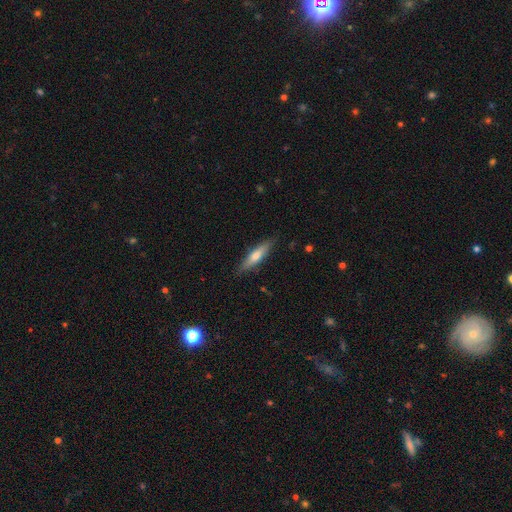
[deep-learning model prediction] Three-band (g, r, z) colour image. It shows a smooth galaxy with no disk features (59%) that is cigar-shaped (76%). Merging: none (86%).